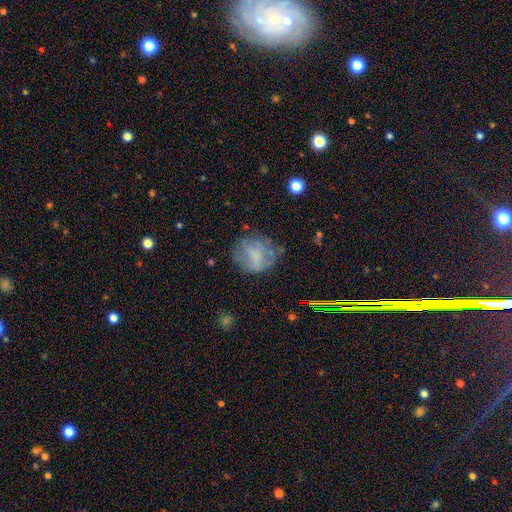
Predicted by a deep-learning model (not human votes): smooth 52%, featured or disk 35%, star or artifact 13%. Down the decision tree: how rounded — round (70%); merging — none (53%).